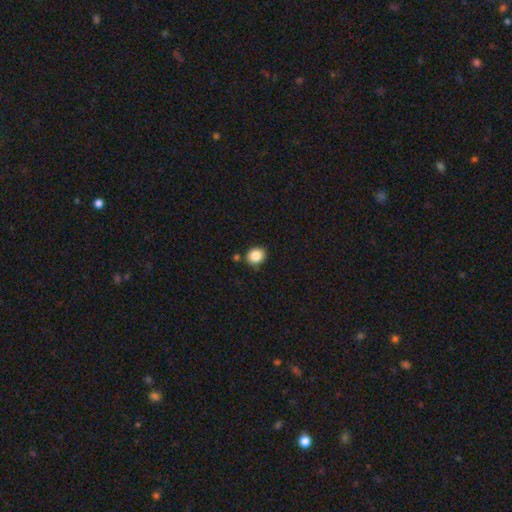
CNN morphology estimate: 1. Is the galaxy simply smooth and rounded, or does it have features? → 85% smooth, 9% star or artifact, 5% featured or disk.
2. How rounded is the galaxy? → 73% round, 26% in between, 1% cigar-shaped.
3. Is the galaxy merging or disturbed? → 81% none, 11% minor disturbance, 6% merger, 2% major disturbance.